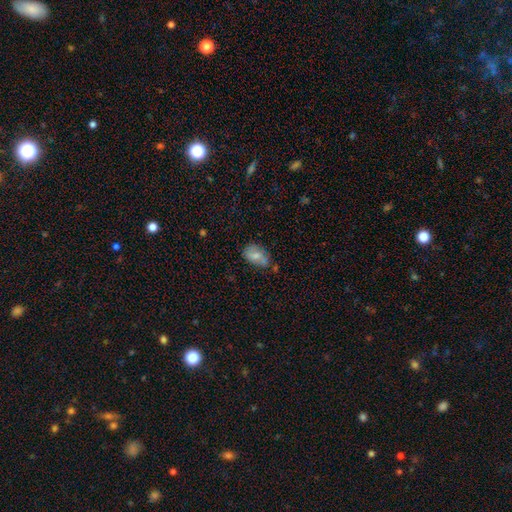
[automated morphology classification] A smooth galaxy with no disk features (72%) that is in between round and cigar-shaped (87%). Merging: none (54%).